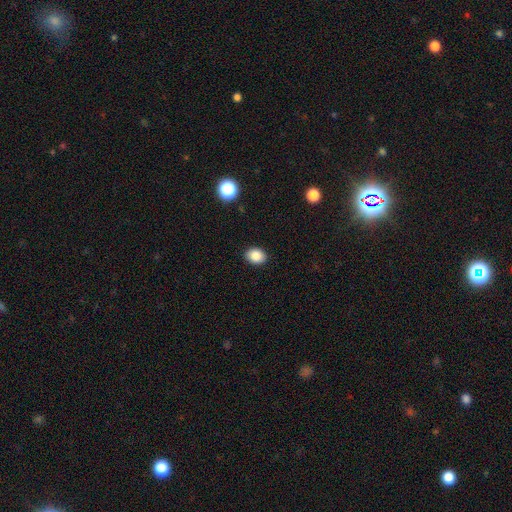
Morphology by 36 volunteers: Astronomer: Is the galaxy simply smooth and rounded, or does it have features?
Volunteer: smooth — 94%.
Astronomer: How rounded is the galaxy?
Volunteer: in between — 53% (runner-up: round, 47%).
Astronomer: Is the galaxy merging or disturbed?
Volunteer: none — 94%.